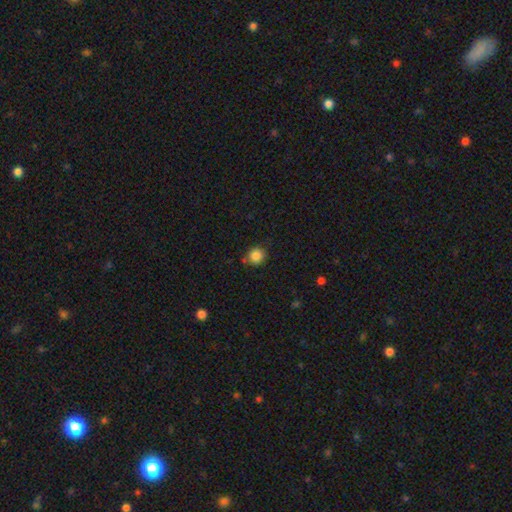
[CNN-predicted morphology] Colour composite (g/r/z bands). It shows a smooth galaxy with no disk features (85%) that is round (87%). Merging: none (75%).